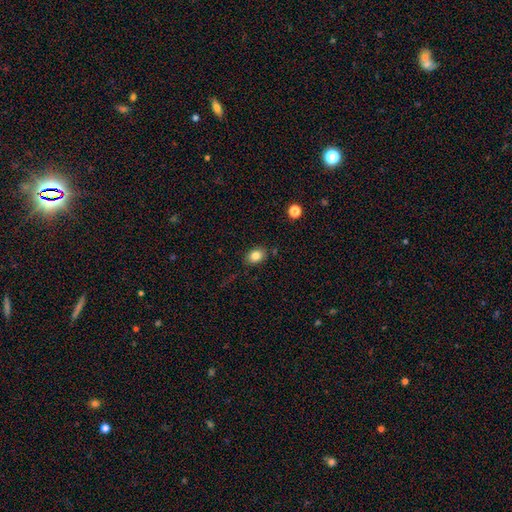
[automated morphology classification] This appears to be a smooth galaxy with no disk features (83%) that is in between round and cigar-shaped (69%). Merging: none (82%).